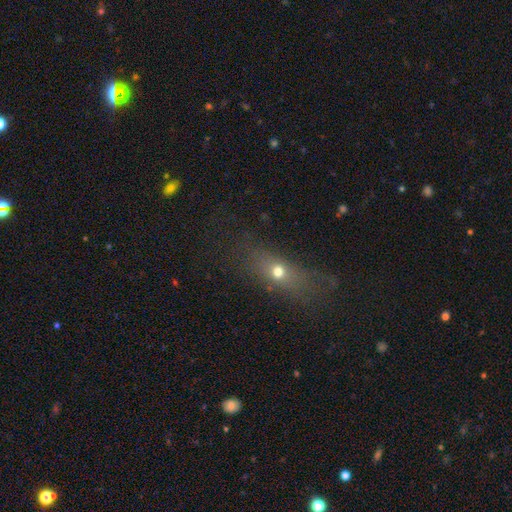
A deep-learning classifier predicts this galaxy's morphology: This is possibly a smooth galaxy (51%). How rounded: possibly in between (48%). Merging: likely none (71%).